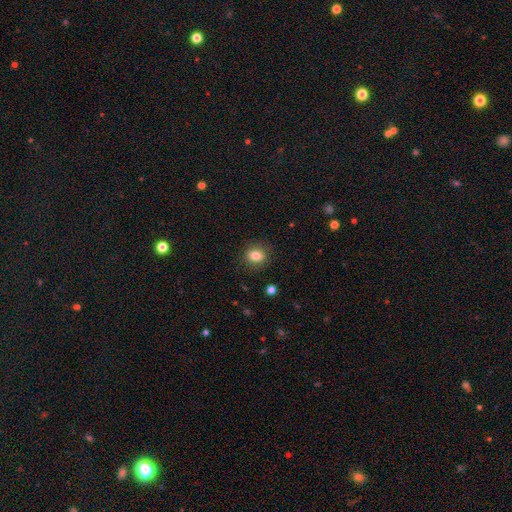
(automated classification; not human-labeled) This appears to be a smooth galaxy with no disk features (82%) that is round (61%). Merging: none (87%).